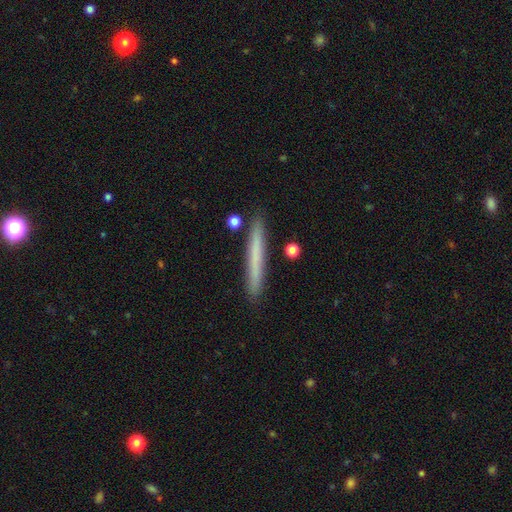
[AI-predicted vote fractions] Q: Smooth or featured?
A: smooth (66%); runner-up: featured or disk (28%)
Q: How rounded?
A: cigar-shaped (97%); runner-up: in between (2%)
Q: Merging?
A: none (89%); runner-up: minor disturbance (7%)